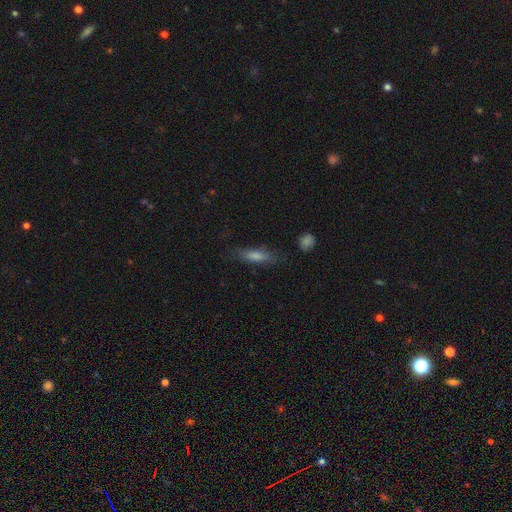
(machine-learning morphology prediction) smooth-or-featured: smooth: 61% | featured or disk: 29% | star or artifact: 11%
  how-rounded: cigar-shaped: 71% | in between: 27% | round: 3%
  merging: none: 78% | minor disturbance: 15% | major disturbance: 5% | merger: 2%